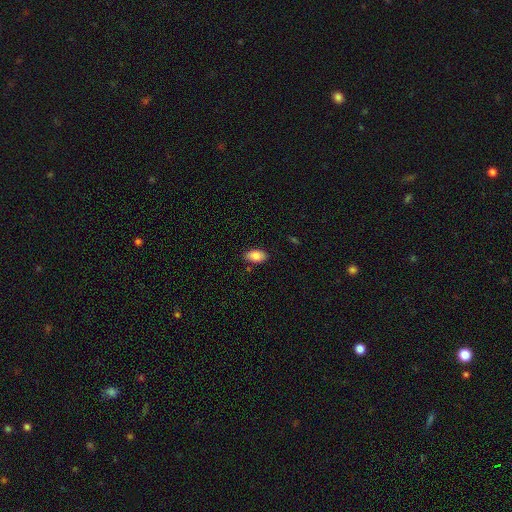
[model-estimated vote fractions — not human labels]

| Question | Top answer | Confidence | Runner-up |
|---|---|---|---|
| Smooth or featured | smooth | 84% | featured or disk (8%) |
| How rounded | in between | 93% | round (5%) |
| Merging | none | 85% | minor disturbance (11%) |